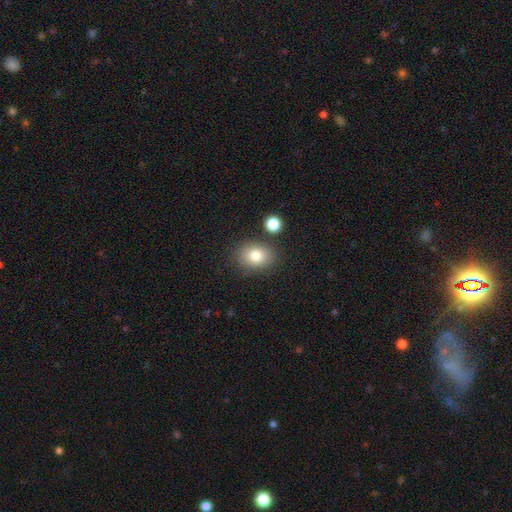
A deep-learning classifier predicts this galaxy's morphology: smooth-or-featured: smooth: 80% | star or artifact: 10% | featured or disk: 10%
  how-rounded: in between: 59% | round: 40% | cigar-shaped: 1%
  merging: none: 80% | minor disturbance: 11% | merger: 6% | major disturbance: 3%